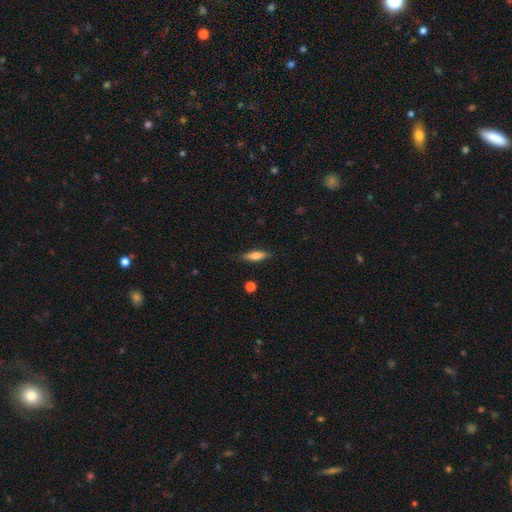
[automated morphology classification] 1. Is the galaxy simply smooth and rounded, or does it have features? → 71% smooth, 22% featured or disk, 7% star or artifact.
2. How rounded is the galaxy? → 56% cigar-shaped, 42% in between, 2% round.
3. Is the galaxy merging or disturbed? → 84% none, 12% minor disturbance, 3% major disturbance, 1% merger.